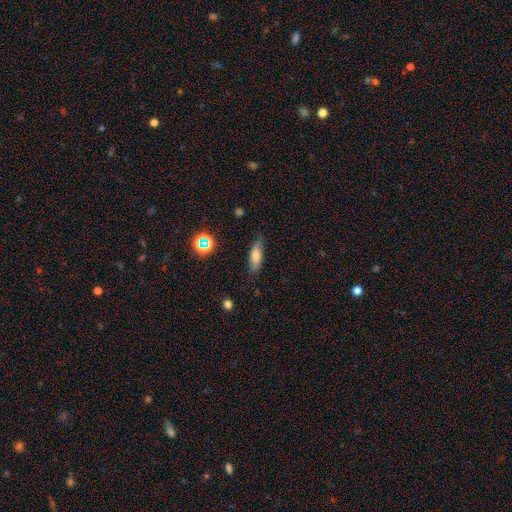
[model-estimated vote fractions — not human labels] Overall: smooth (72%). How rounded: in between (60%; cigar-shaped 37%). Merging: none (76%).